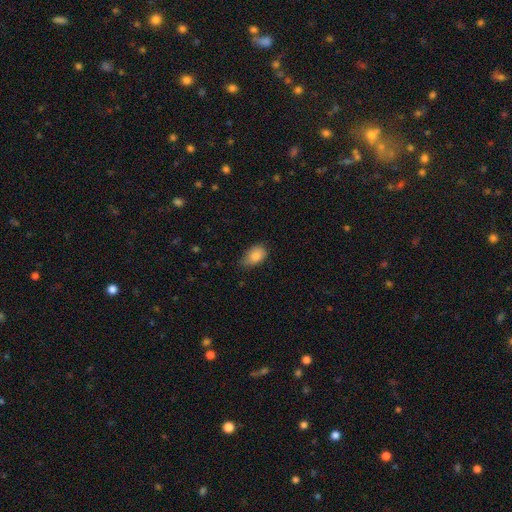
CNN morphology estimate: Smooth or featured: smooth — 84% (featured or disk — 8%)
How rounded: in between — 86% (round — 12%)
Merging: none — 59% (minor disturbance — 34%)